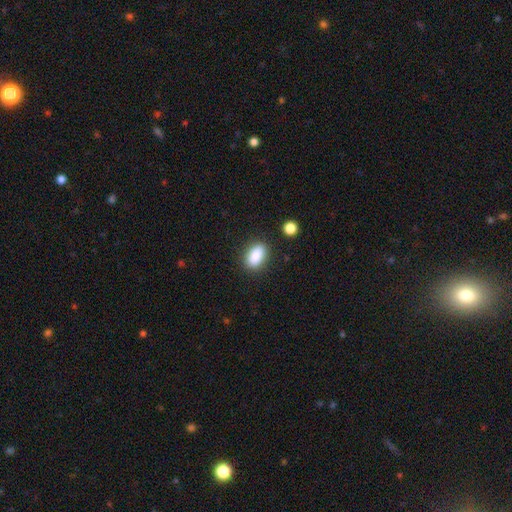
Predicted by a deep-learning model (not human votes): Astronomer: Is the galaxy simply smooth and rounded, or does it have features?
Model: smooth — 88%.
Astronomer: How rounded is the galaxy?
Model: in between — 89%.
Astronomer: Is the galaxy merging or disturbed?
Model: none — 84%.